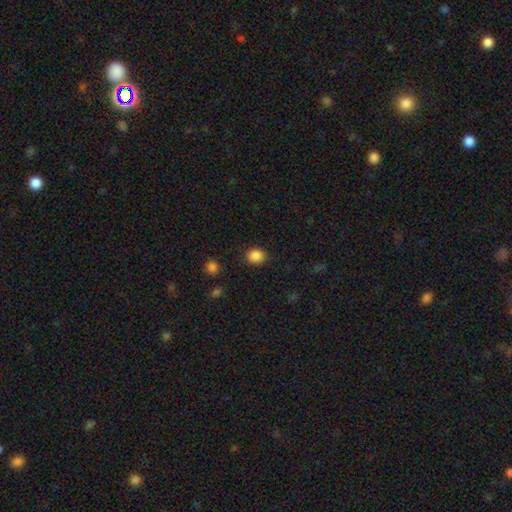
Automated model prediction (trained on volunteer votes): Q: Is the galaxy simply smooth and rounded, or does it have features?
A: smooth — 87%.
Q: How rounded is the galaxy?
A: round — 70%.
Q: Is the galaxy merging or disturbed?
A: none — 84%.